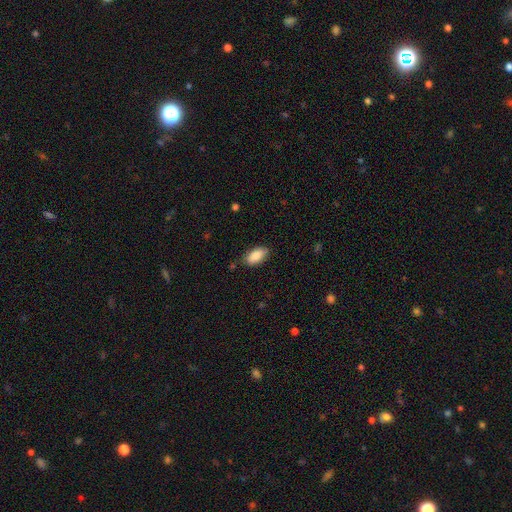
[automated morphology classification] Smooth or featured?
  - smooth: 88% *
  - star or artifact: 6%
  - featured or disk: 6%
How rounded?
  - in between: 93% *
  - cigar-shaped: 5%
  - round: 2%
Merging?
  - none: 82% *
  - minor disturbance: 13%
  - major disturbance: 3%
  - merger: 2%